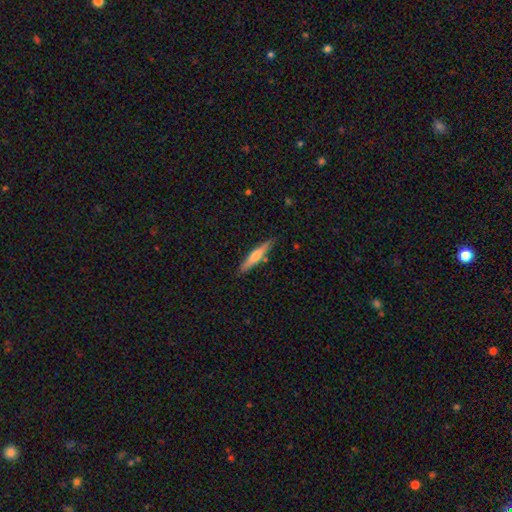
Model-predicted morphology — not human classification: smooth 53%, featured or disk 41%, star or artifact 6%. Down the decision tree: how rounded — cigar-shaped (89%); merging — none (85%).